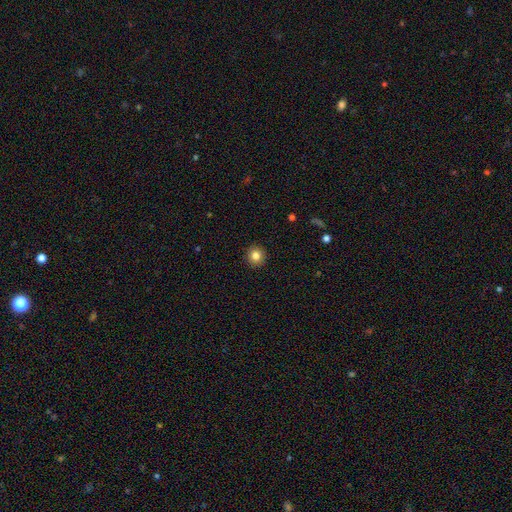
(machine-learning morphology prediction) smooth_or_featured: smooth (p=0.83) [alt: star or artifact p=0.11]
how_rounded: round (p=0.93) [alt: in between p=0.06]
merging: none (p=0.92) [alt: minor disturbance p=0.05]